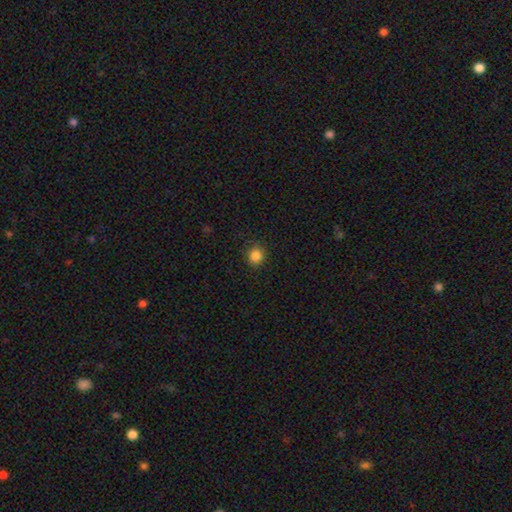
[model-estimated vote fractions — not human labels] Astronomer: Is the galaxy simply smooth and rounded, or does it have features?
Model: smooth — 85%.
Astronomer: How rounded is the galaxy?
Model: round — 83%.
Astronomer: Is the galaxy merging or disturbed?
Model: none — 87%.